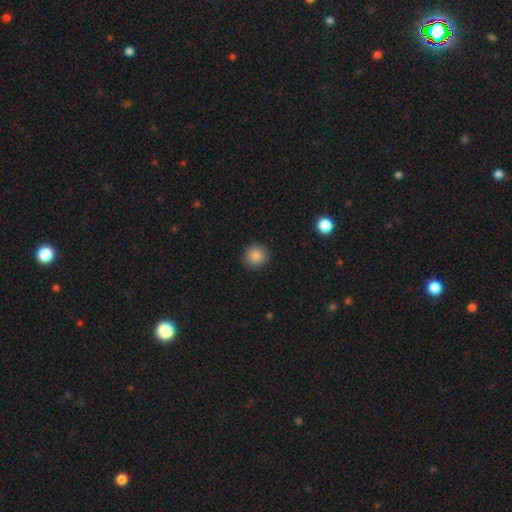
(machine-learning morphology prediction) The model was most divided on "smooth or featured": smooth: 86%, star or artifact: 10%, featured or disk: 4%. More confident: how rounded — round (94%); merging — none (91%).